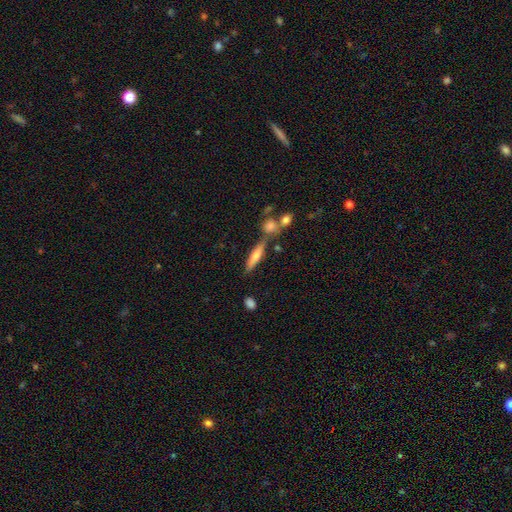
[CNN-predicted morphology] Smooth or featured? Predicted: smooth (p=0.61). How rounded? Predicted: cigar-shaped (p=0.76). Merging? Predicted: none (p=0.67).